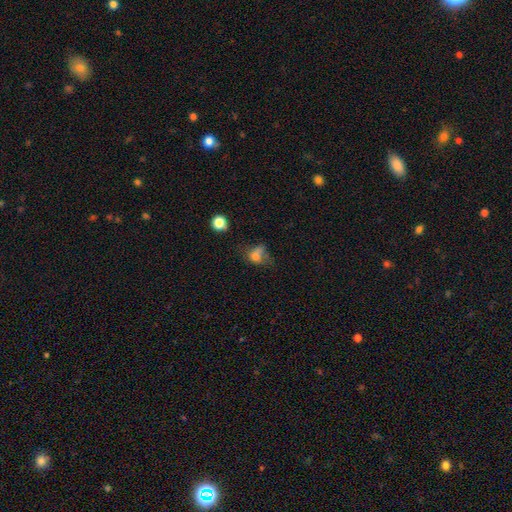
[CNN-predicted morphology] smooth-or-featured: smooth: 67% | featured or disk: 17% | star or artifact: 16%
  how-rounded: in between: 53% | round: 46% | cigar-shaped: 2%
  merging: major disturbance: 31% | none: 29% | minor disturbance: 25% | merger: 15%